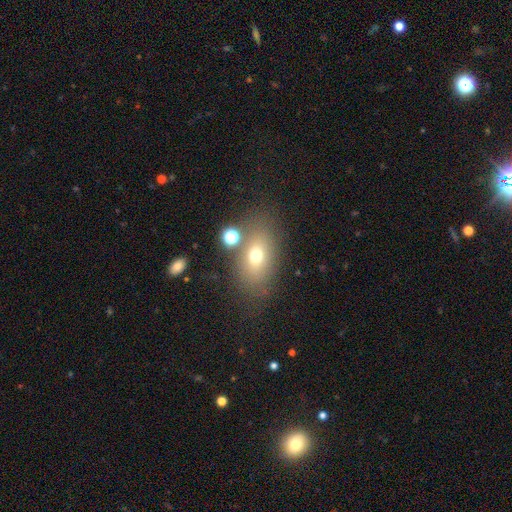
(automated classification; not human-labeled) Smooth or featured: smooth — 66% (featured or disk — 19%)
How rounded: in between — 78% (round — 19%)
Merging: none — 70% (minor disturbance — 14%)